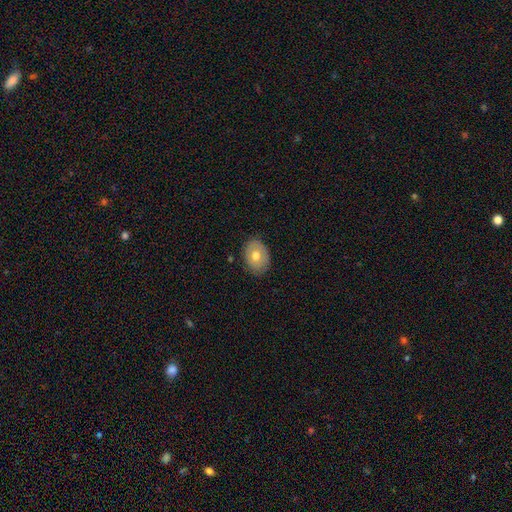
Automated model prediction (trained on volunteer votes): Smooth or featured?
  - smooth: 66% *
  - featured or disk: 27%
  - star or artifact: 7%
How rounded?
  - in between: 68% *
  - round: 31%
  - cigar-shaped: 1%
Merging?
  - none: 82% *
  - minor disturbance: 14%
  - major disturbance: 3%
  - merger: 1%